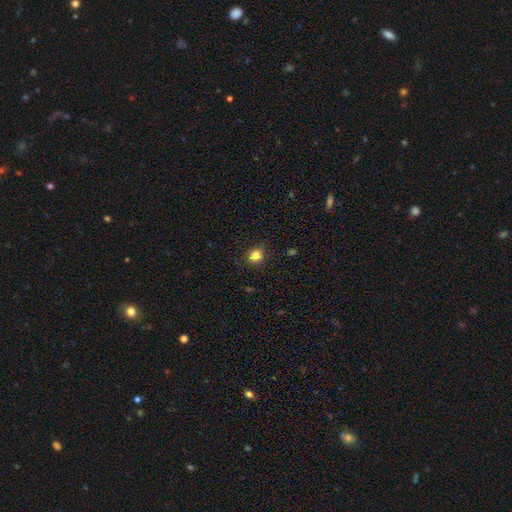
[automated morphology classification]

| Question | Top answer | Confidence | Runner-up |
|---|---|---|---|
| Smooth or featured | smooth | 82% | star or artifact (13%) |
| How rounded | round | 69% | in between (30%) |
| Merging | none | 87% | minor disturbance (9%) |